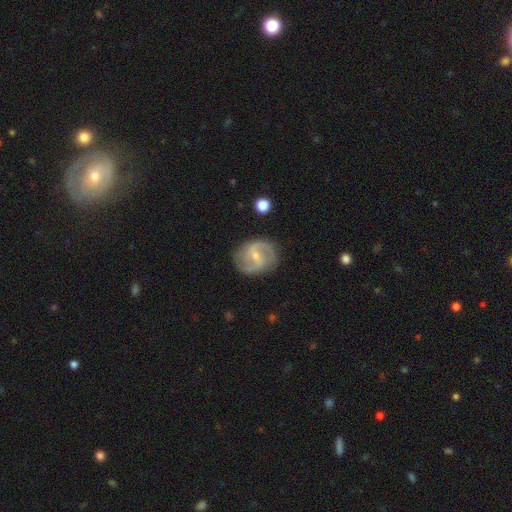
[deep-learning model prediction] Smooth or featured?
  - featured or disk: 80% *
  - smooth: 14%
  - star or artifact: 6%
Edge-on disk?
  - no: 97% *
  - yes: 3%
Bar?
  - weak: 50% *
  - strong: 33%
  - no: 17%
Spiral arms?
  - yes: 90% *
  - no: 10%
Spiral winding?
  - medium: 49% *
  - loose: 30%
  - tight: 21%
Spiral arm count?
  - 2: 86% *
  - can't tell: 7%
  - 3: 3%
  - 1: 2%
  - 4: 1%
  - more than 4: 1%
Bulge size?
  - small: 60% *
  - moderate: 35%
  - none: 3%
  - large: 1%
  - dominant: 1%
Merging?
  - none: 79% *
  - minor disturbance: 14%
  - major disturbance: 5%
  - merger: 1%